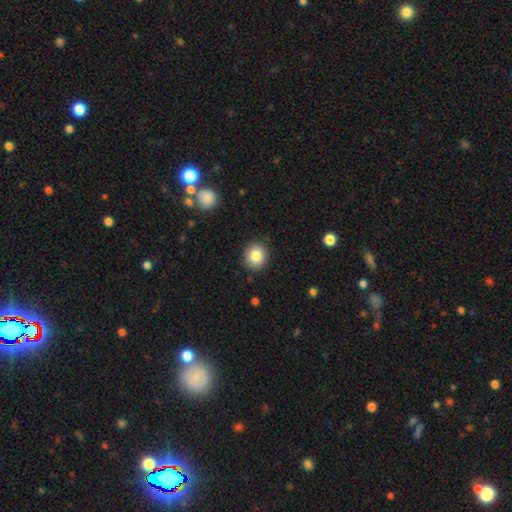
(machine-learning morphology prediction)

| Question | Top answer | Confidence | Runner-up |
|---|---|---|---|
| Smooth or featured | smooth | 84% | star or artifact (9%) |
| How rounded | round | 80% | in between (19%) |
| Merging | none | 89% | minor disturbance (8%) |